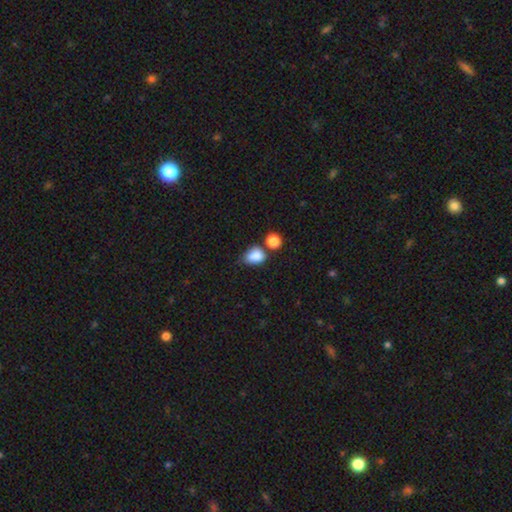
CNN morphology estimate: Smooth or featured? Predicted: smooth (p=0.85). How rounded? Predicted: in between (p=0.70). Merging? Predicted: none (p=0.44).